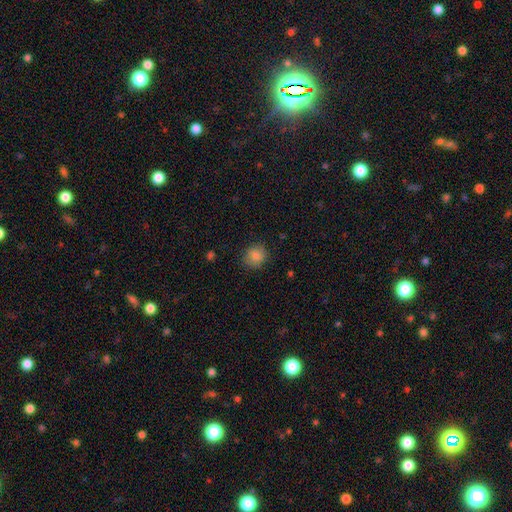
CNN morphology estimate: The model was most divided on "how rounded": round: 83%, in between: 16%, cigar-shaped: 1%. More confident: smooth or featured — smooth (86%); merging — none (84%).